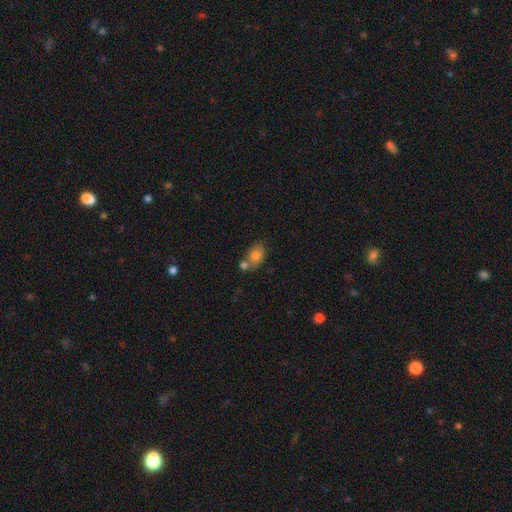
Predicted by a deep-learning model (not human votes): Overall: smooth (78%). How rounded: in between (72%). Merging: none (48%; merger 34%).